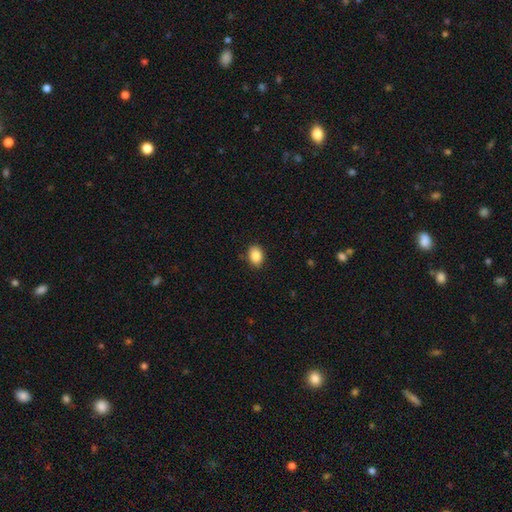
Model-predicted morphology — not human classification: This appears to be a smooth galaxy with no disk features (87%) that is in between round and cigar-shaped (73%). Merging: none (87%).